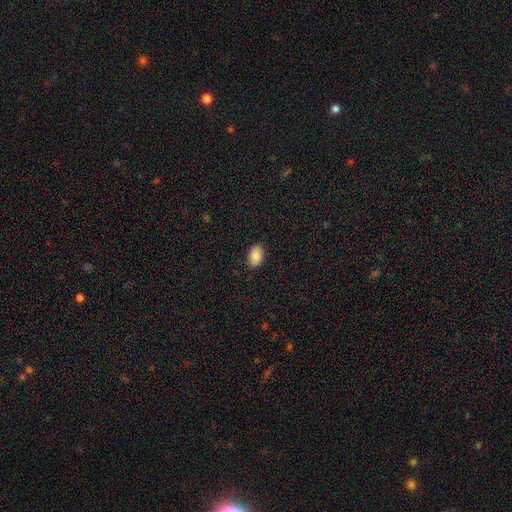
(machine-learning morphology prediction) Smooth or featured? smooth (88%)
How rounded? in between (88%)
Merging? none (87%)